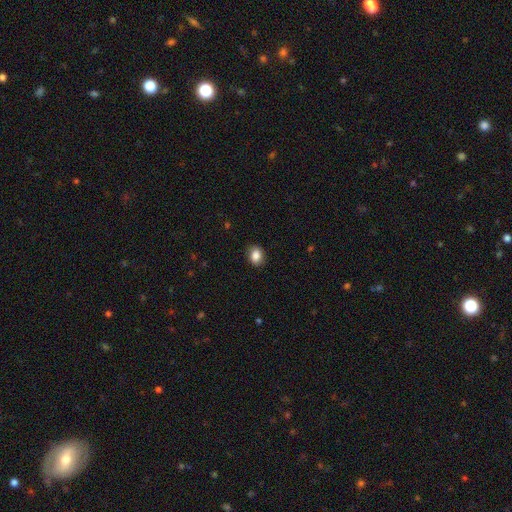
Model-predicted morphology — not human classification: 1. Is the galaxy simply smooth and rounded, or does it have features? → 86% smooth, 8% star or artifact, 6% featured or disk.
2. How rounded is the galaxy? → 63% in between, 36% round, 1% cigar-shaped.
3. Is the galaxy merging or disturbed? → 85% none, 11% minor disturbance, 3% major disturbance, 1% merger.